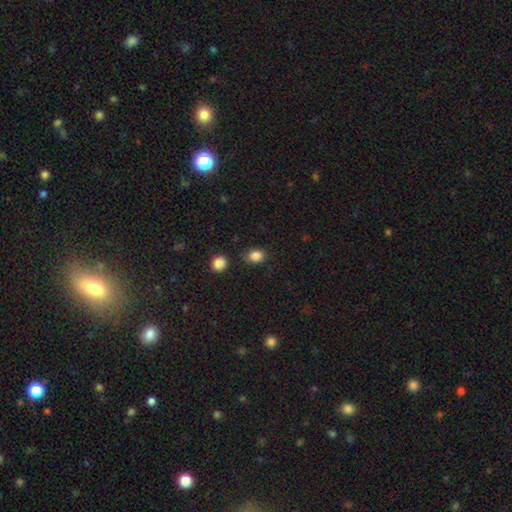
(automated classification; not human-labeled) Q: Smooth or featured?
A: smooth (86%); runner-up: star or artifact (10%)
Q: How rounded?
A: in between (57%); runner-up: round (42%)
Q: Merging?
A: none (72%); runner-up: minor disturbance (19%)